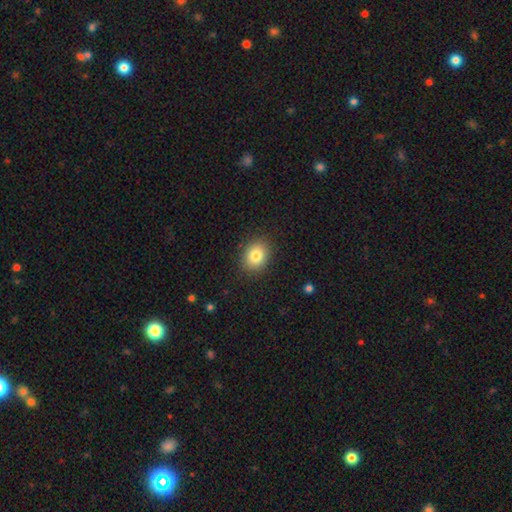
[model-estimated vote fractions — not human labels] Overall: smooth (82%). How rounded: round (51%; in between 48%). Merging: none (88%).